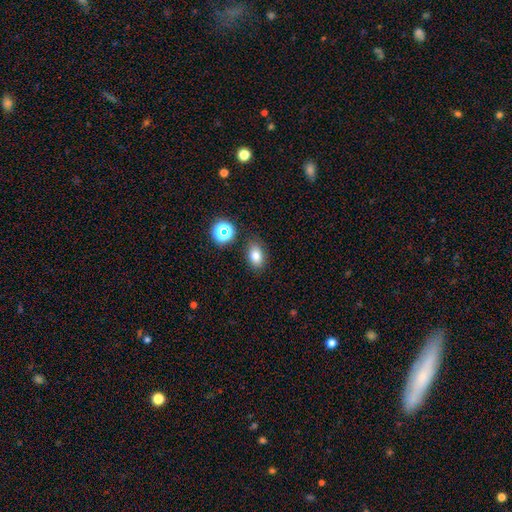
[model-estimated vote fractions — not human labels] Smooth or featured?
  - smooth: 78% *
  - star or artifact: 14%
  - featured or disk: 8%
How rounded?
  - in between: 81% *
  - round: 17%
  - cigar-shaped: 2%
Merging?
  - none: 81% *
  - minor disturbance: 12%
  - merger: 3%
  - major disturbance: 3%